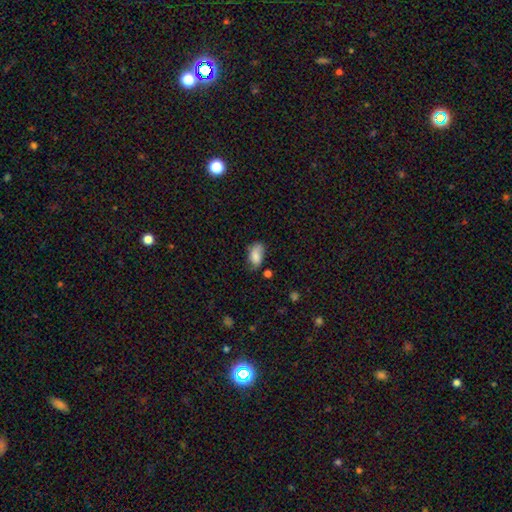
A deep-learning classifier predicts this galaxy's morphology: type=smooth (80%); roundness=in between (92%); merging=none (55%).